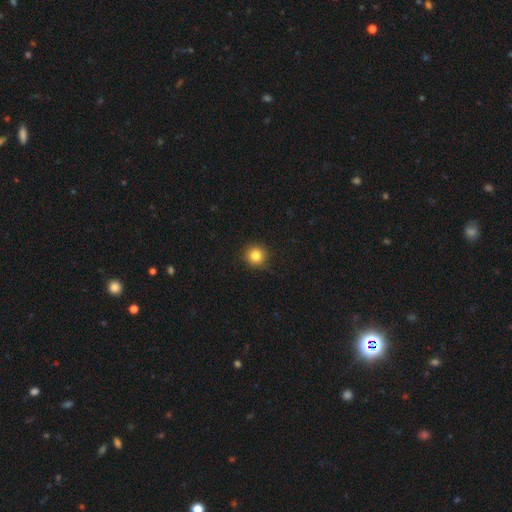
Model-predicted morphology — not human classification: Smooth or featured? Predicted: smooth (p=0.83). How rounded? Predicted: round (p=0.95). Merging? Predicted: none (p=0.91).